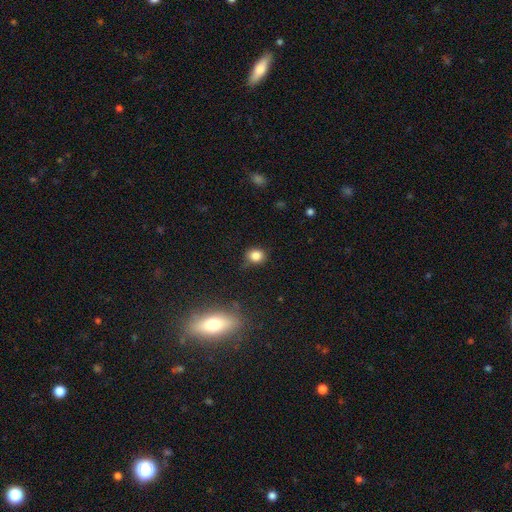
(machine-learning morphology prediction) Smooth or featured? Predicted: smooth (p=0.83). How rounded? Predicted: round (p=0.70). Merging? Predicted: none (p=0.76).